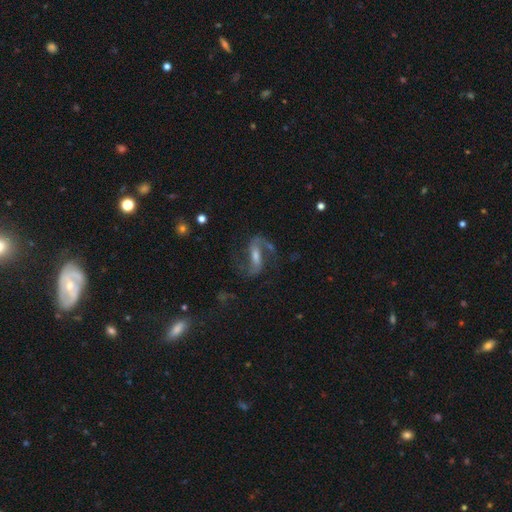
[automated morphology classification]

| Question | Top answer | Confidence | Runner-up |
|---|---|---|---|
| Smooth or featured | featured or disk | 87% | smooth (7%) |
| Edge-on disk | no | 95% | yes (5%) |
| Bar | strong | 48% | weak (37%) |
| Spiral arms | yes | 96% | no (4%) |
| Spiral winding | loose | 46% | medium (45%) |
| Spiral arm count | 2 | 92% | 1 (2%) |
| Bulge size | moderate | 44% | small (40%) |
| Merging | none | 70% | minor disturbance (14%) |